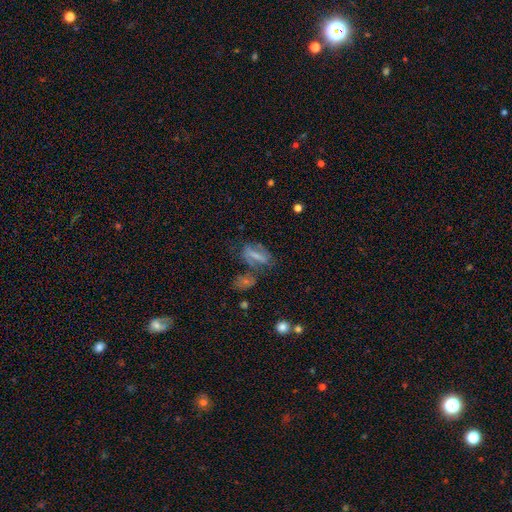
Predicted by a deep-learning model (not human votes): Smooth or featured?
  - smooth: 48% *
  - featured or disk: 40%
  - star or artifact: 12%
Merging?
  - none: 45% *
  - minor disturbance: 20%
  - merger: 18%
  - major disturbance: 16%